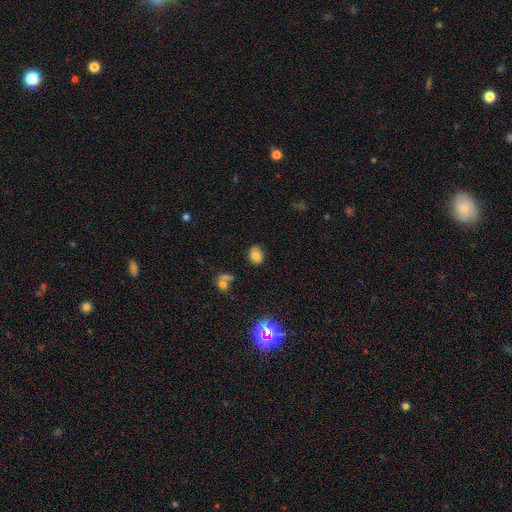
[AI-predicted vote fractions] The model was most divided on "how rounded": in between: 60%, round: 39%, cigar-shaped: 1%. More confident: merging — none (80%); smooth or featured — smooth (72%).